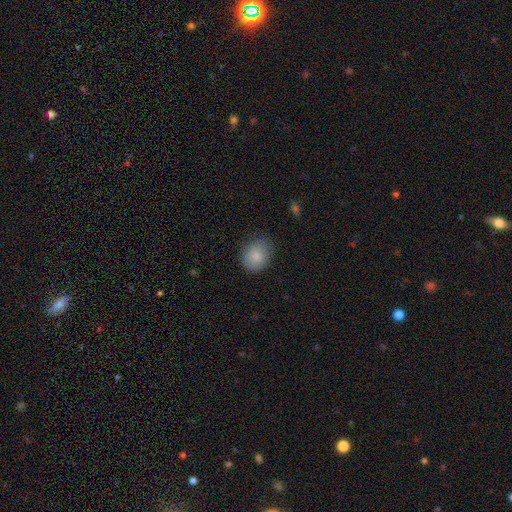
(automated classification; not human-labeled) smooth-or-featured: smooth: 86% | star or artifact: 8% | featured or disk: 7%
  how-rounded: round: 56% | in between: 43% | cigar-shaped: 1%
  merging: none: 76% | minor disturbance: 18% | major disturbance: 4% | merger: 1%